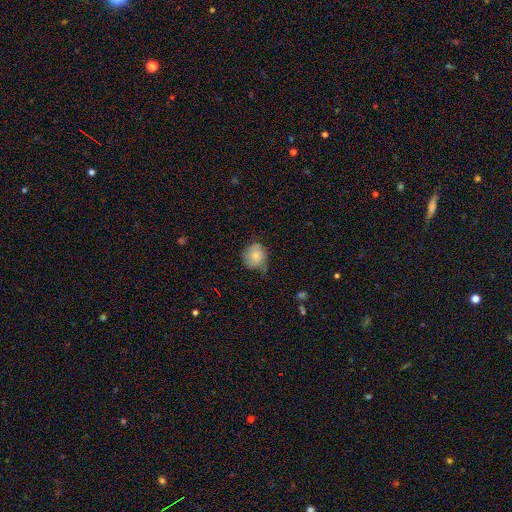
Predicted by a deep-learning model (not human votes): This is likely a smooth galaxy (72%). How rounded: likely round (77%). Merging: possibly none (52%).